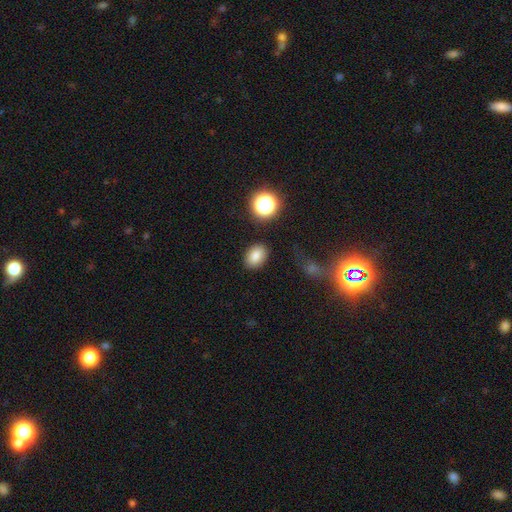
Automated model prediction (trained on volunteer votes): smooth 82%, star or artifact 11%, featured or disk 7%. Down the decision tree: how rounded — in between (74%); merging — none (86%).